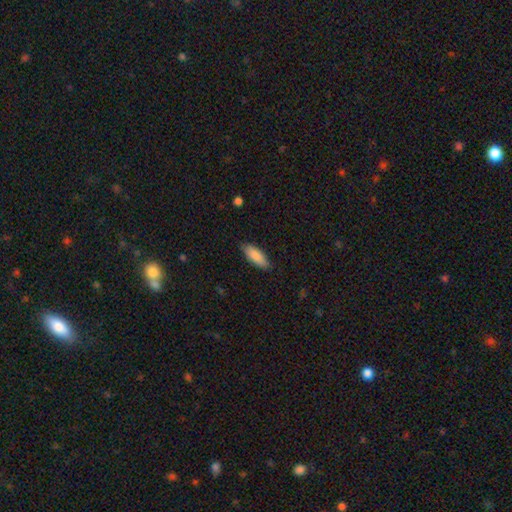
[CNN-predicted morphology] smooth-or-featured: smooth: 87% | featured or disk: 7% | star or artifact: 6%
  how-rounded: in between: 66% | cigar-shaped: 32% | round: 2%
  merging: none: 84% | minor disturbance: 13% | major disturbance: 2% | merger: 1%